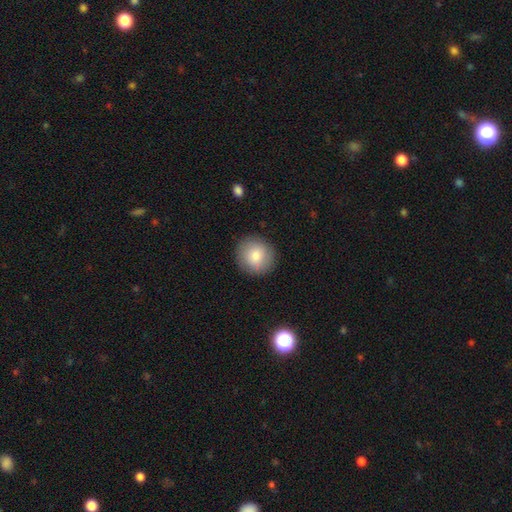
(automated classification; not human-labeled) Overall: smooth (81%). How rounded: round (92%). Merging: none (90%).